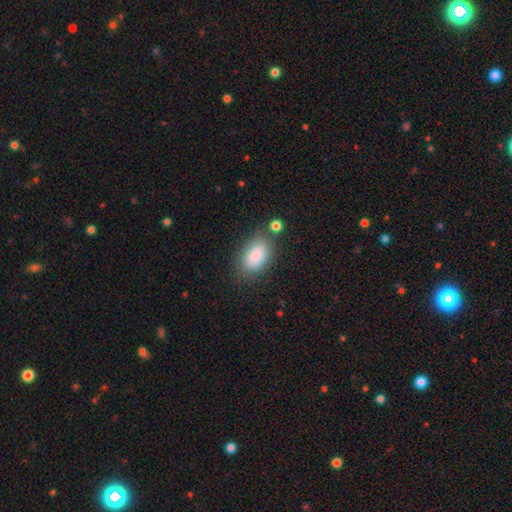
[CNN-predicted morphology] Q: Smooth or featured?
A: smooth (86%); runner-up: star or artifact (7%)
Q: How rounded?
A: in between (91%); runner-up: round (7%)
Q: Merging?
A: none (71%); runner-up: minor disturbance (16%)